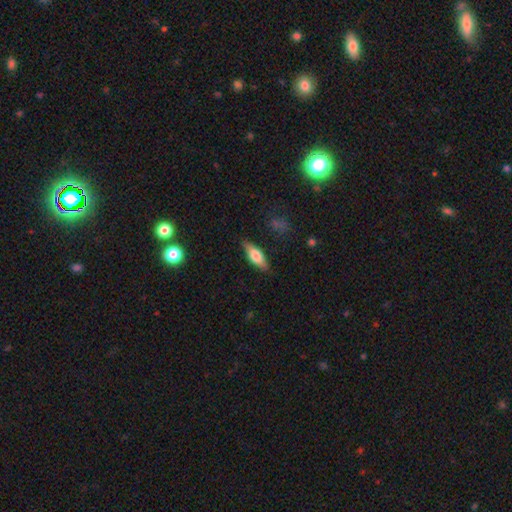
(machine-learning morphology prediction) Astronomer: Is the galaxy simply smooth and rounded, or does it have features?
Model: smooth — 64%.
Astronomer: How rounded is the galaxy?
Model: in between — 62%.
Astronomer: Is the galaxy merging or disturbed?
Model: none — 83%.